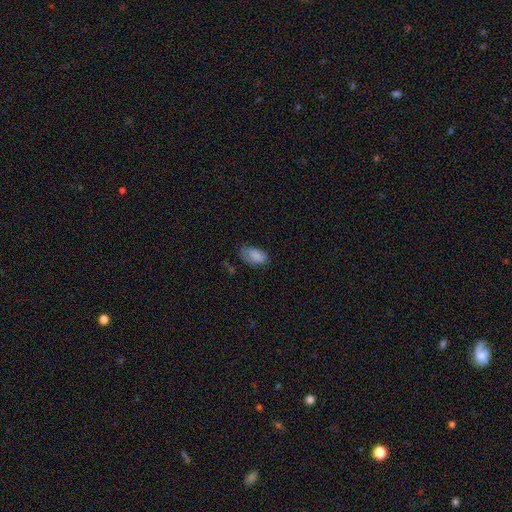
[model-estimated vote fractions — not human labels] Smooth or featured?
  - smooth: 84% *
  - featured or disk: 8%
  - star or artifact: 8%
How rounded?
  - in between: 93% *
  - round: 4%
  - cigar-shaped: 2%
Merging?
  - none: 57% *
  - minor disturbance: 31%
  - major disturbance: 10%
  - merger: 2%